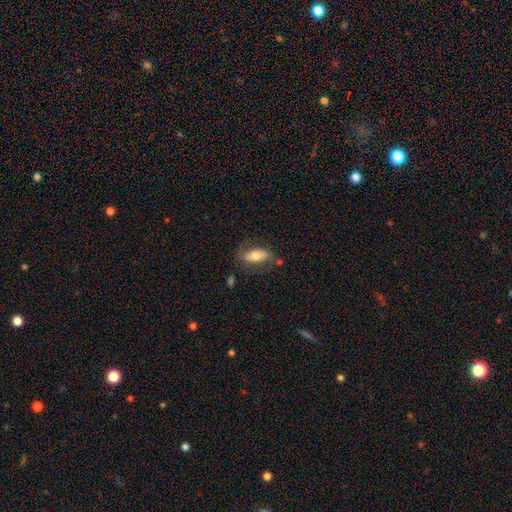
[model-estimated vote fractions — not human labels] Smooth or featured? smooth (53%)
How rounded? in between (79%)
Merging? none (65%)